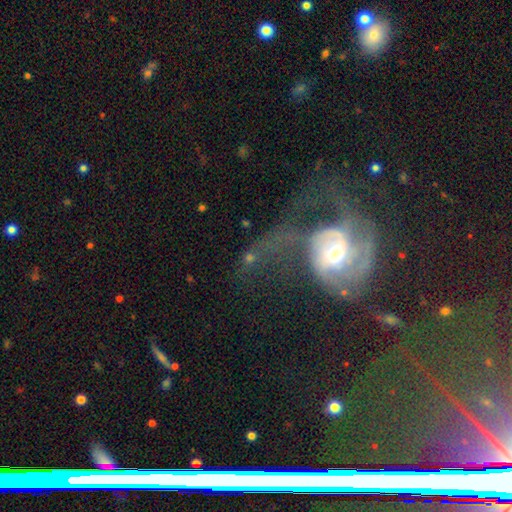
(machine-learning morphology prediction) A featured or disk galaxy (79%) with no bar (44%), 2 (47%) medium (41%) spiral arms (88%) and a moderate central bulge (62%). Merging: major disturbance (52%).